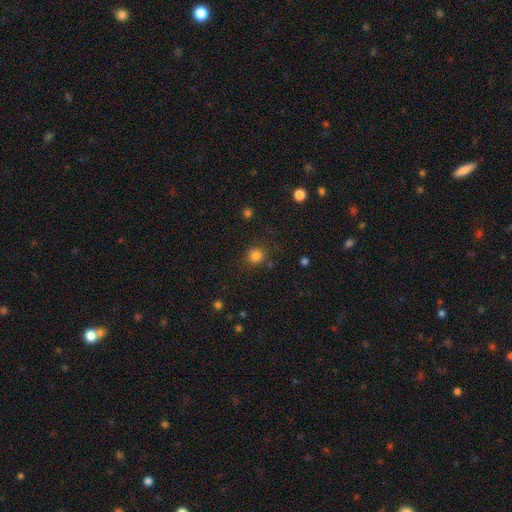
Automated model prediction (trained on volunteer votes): A smooth galaxy with no disk features (83%) that is round (92%). Merging: none (84%).